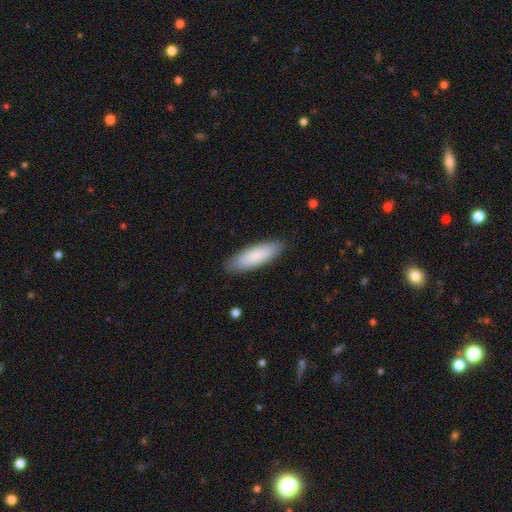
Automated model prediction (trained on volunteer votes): Smooth or featured? Predicted: smooth (p=0.85). How rounded? Predicted: in between (p=0.50). Merging? Predicted: none (p=0.89).